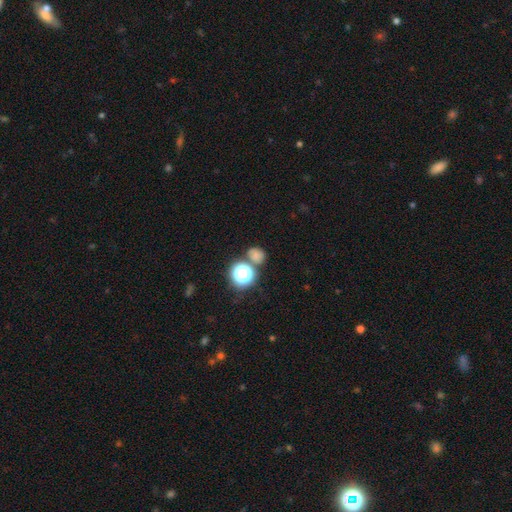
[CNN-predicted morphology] Q: Smooth or featured?
A: smooth (69%); runner-up: star or artifact (25%)
Q: How rounded?
A: round (71%); runner-up: in between (28%)
Q: Merging?
A: none (69%); runner-up: merger (17%)